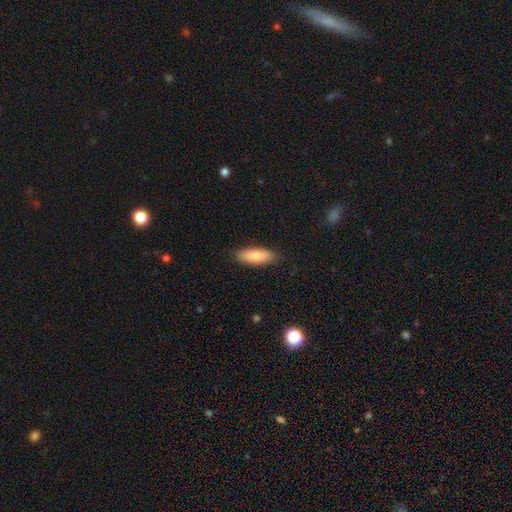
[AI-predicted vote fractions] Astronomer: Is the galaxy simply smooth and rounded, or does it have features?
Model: smooth — 83%.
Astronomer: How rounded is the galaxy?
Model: in between — 65%.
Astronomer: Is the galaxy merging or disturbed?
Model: none — 85%.